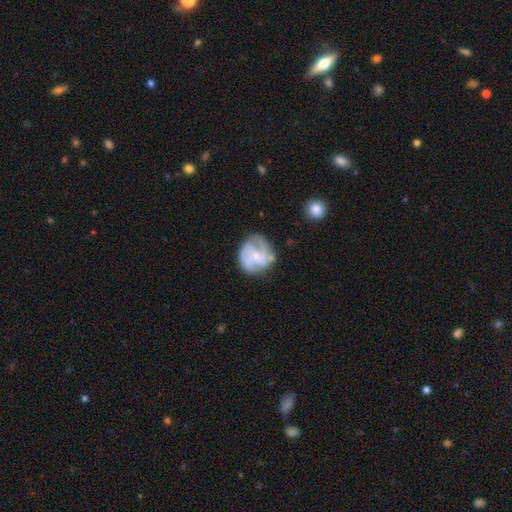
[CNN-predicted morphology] Smooth or featured?
  - featured or disk: 72% *
  - smooth: 22%
  - star or artifact: 7%
Edge-on disk?
  - no: 98% *
  - yes: 2%
Bar?
  - no: 60% *
  - weak: 32%
  - strong: 8%
Spiral arms?
  - yes: 83% *
  - no: 17%
Spiral winding?
  - medium: 47% *
  - tight: 28%
  - loose: 25%
Spiral arm count?
  - 2: 37% *
  - 3: 28%
  - can't tell: 21%
  - 4: 6%
  - 1: 4%
  - more than 4: 3%
Bulge size?
  - small: 70% *
  - moderate: 23%
  - none: 5%
  - large: 1%
  - dominant: 1%
Merging?
  - none: 60% *
  - minor disturbance: 23%
  - major disturbance: 12%
  - merger: 4%